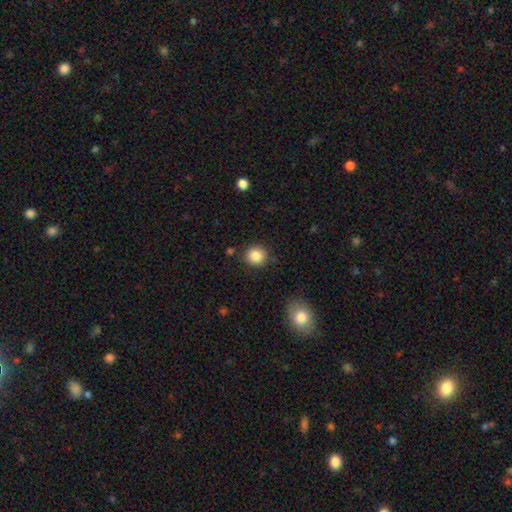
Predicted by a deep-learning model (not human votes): Overall: smooth (86%). How rounded: round (90%). Merging: none (85%).